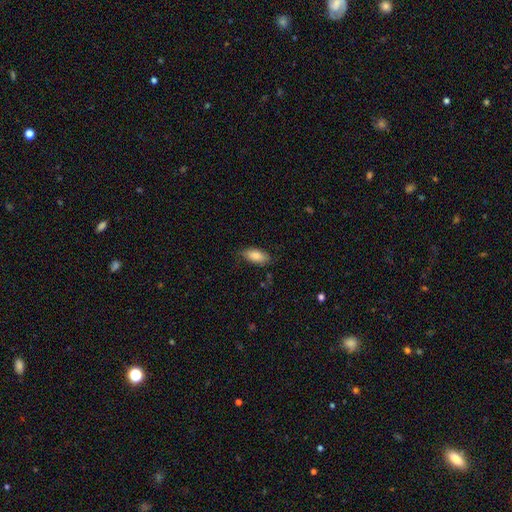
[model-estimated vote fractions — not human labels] This appears to be a smooth galaxy with no disk features (86%) that is in between round and cigar-shaped (89%). Merging: none (77%).